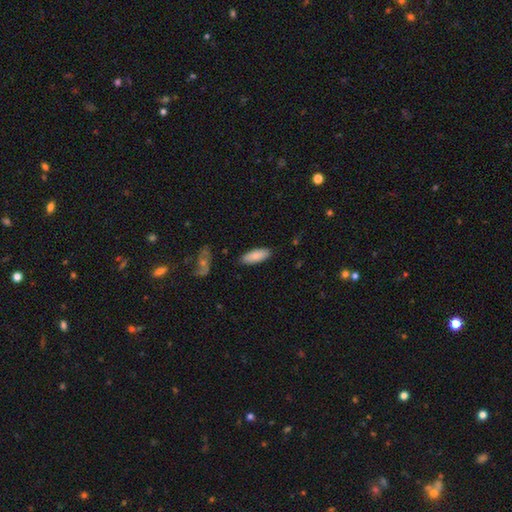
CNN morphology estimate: smooth-or-featured: smooth: 85% | featured or disk: 9% | star or artifact: 6%
  how-rounded: in between: 72% | cigar-shaped: 26% | round: 2%
  merging: none: 87% | minor disturbance: 10% | major disturbance: 2% | merger: 2%